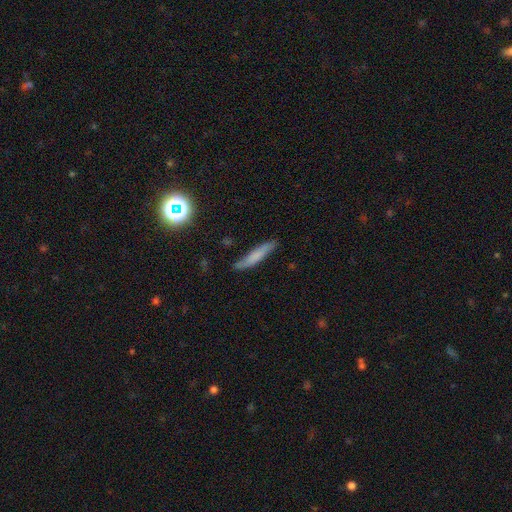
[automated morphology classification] Smooth or featured?
  - smooth: 66% *
  - featured or disk: 25%
  - star or artifact: 9%
How rounded?
  - cigar-shaped: 89% *
  - in between: 9%
  - round: 2%
Merging?
  - none: 79% *
  - minor disturbance: 16%
  - major disturbance: 3%
  - merger: 2%